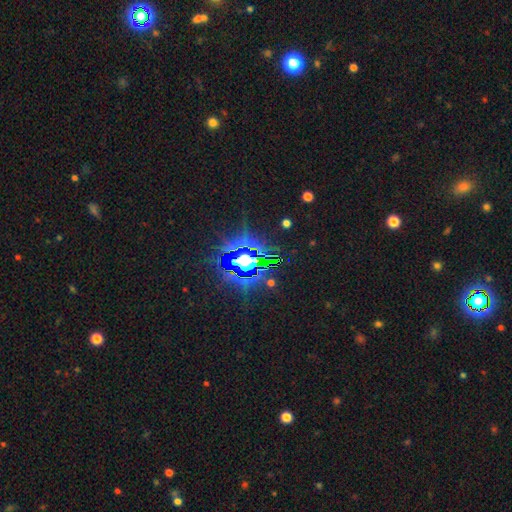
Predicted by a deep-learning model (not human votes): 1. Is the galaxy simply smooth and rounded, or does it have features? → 86% star or artifact, 8% smooth, 6% featured or disk.